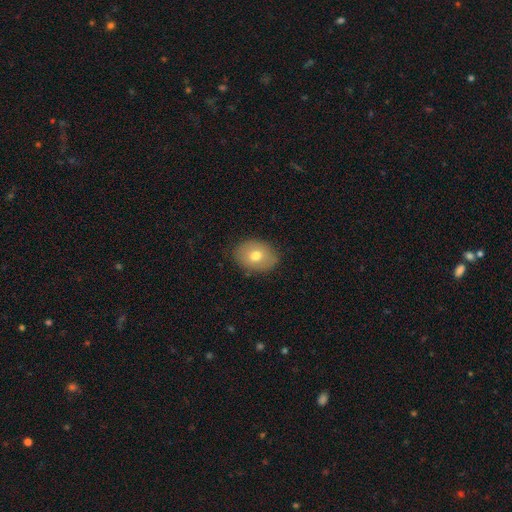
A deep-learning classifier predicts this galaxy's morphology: Smooth or featured: smooth — 70% (featured or disk — 21%)
How rounded: in between — 66% (round — 33%)
Merging: none — 84% (minor disturbance — 12%)